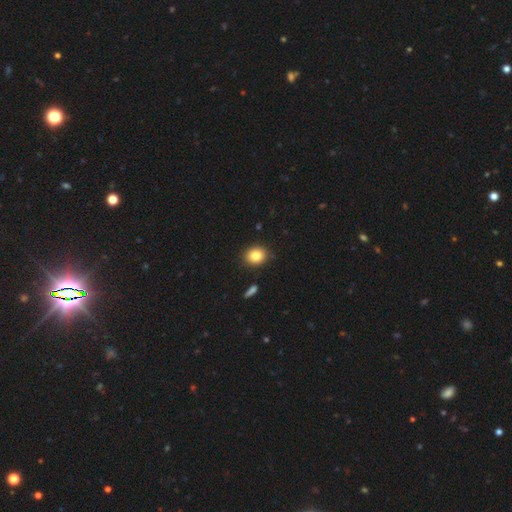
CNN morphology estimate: smooth-or-featured: smooth: 84% | star or artifact: 10% | featured or disk: 7%
  how-rounded: round: 65% | in between: 33% | cigar-shaped: 1%
  merging: none: 88% | minor disturbance: 8% | merger: 2% | major disturbance: 2%